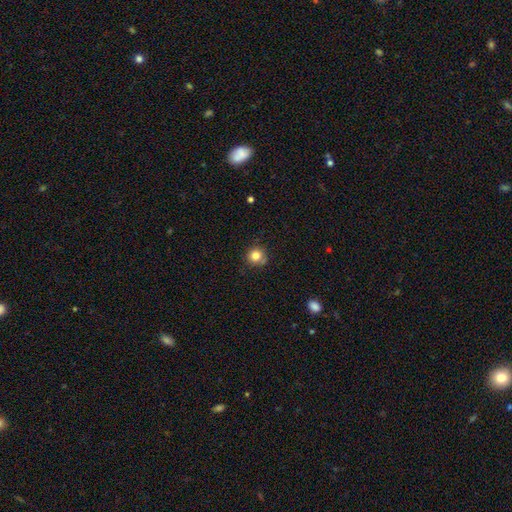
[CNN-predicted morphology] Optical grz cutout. It shows a smooth galaxy with no disk features (81%) that is round (91%). Merging: none (78%).